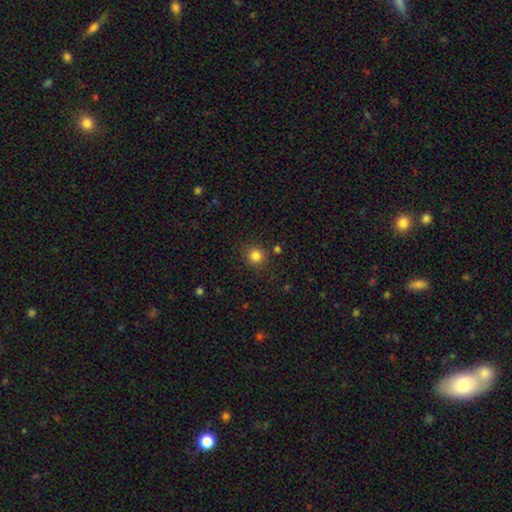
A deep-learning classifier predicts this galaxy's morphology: smooth_or_featured: smooth (p=0.83) [alt: star or artifact p=0.12]
how_rounded: round (p=0.92) [alt: in between p=0.08]
merging: none (p=0.85) [alt: minor disturbance p=0.08]